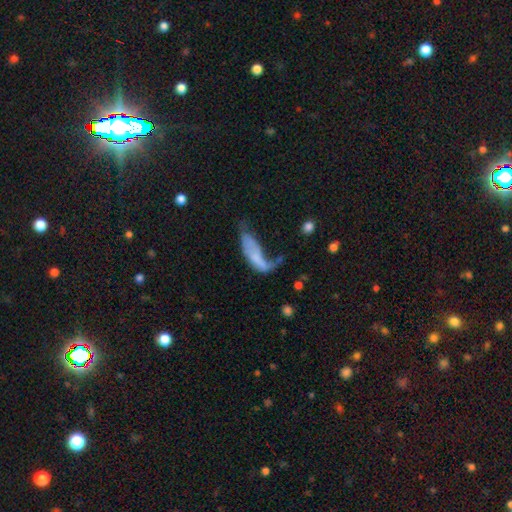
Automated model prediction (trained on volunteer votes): The model was most divided on "how rounded": in between: 60%, cigar-shaped: 37%, round: 3%. Remaining: smooth or featured — smooth (57%); merging — major disturbance (45%).